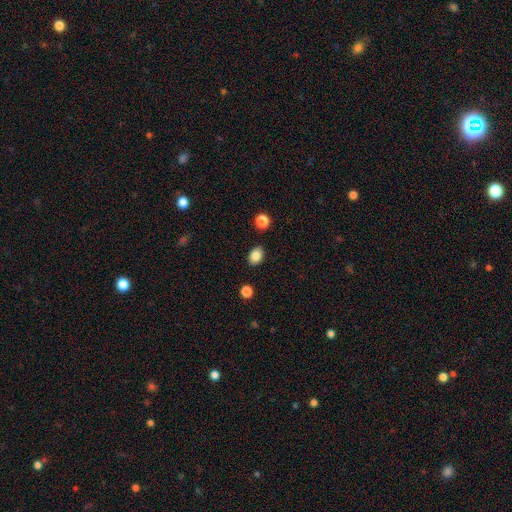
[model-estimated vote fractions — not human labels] This is clearly a smooth galaxy (85%). How rounded: likely in between (69%). Merging: clearly none (87%).